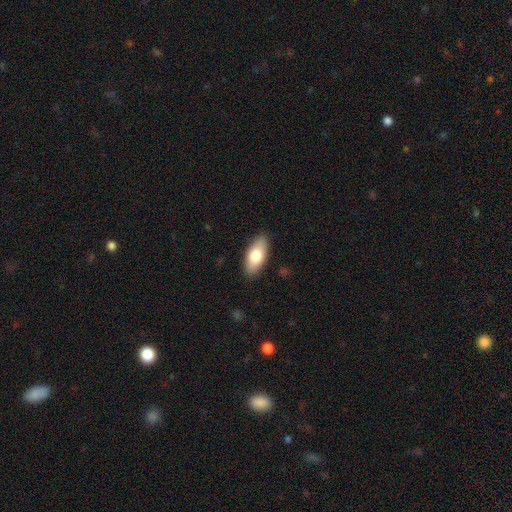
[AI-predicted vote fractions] smooth-or-featured: smooth: 77% | featured or disk: 17% | star or artifact: 6%
  how-rounded: in between: 87% | cigar-shaped: 10% | round: 3%
  merging: none: 88% | minor disturbance: 9% | major disturbance: 2% | merger: 1%